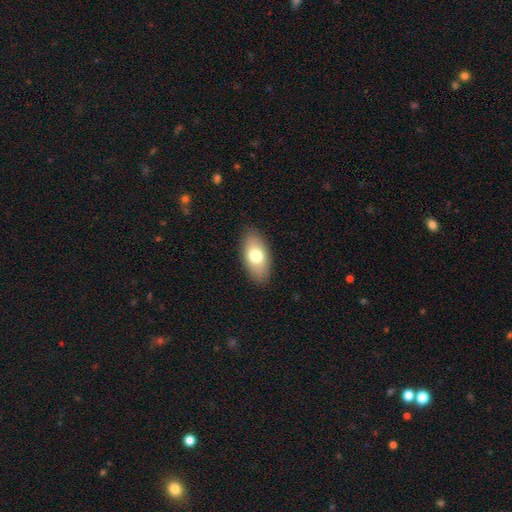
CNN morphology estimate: The model was most divided on "smooth or featured": smooth: 74%, featured or disk: 20%, star or artifact: 7%. More confident: how rounded — in between (91%); merging — none (86%).